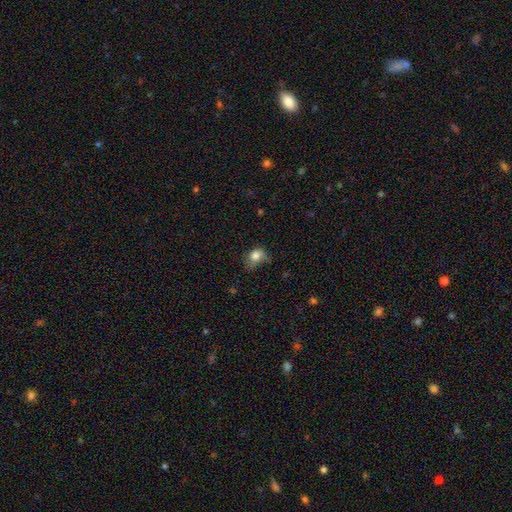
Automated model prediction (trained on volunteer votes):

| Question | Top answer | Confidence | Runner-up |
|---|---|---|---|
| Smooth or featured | smooth | 79% | featured or disk (11%) |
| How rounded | in between | 51% | round (48%) |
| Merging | minor disturbance | 38% | none (37%) |